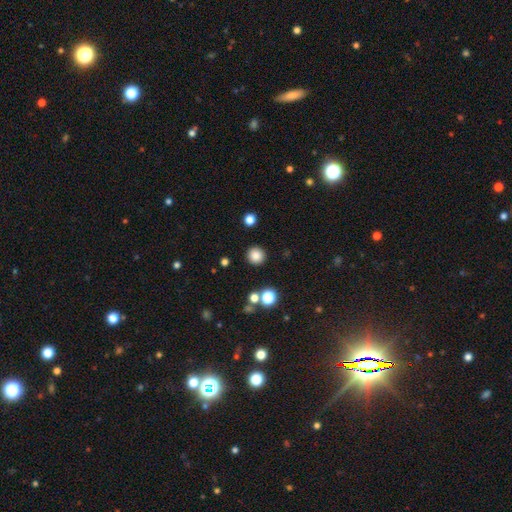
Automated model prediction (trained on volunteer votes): Morphology: type=smooth (84%); roundness=round (94%); merging=none (90%).